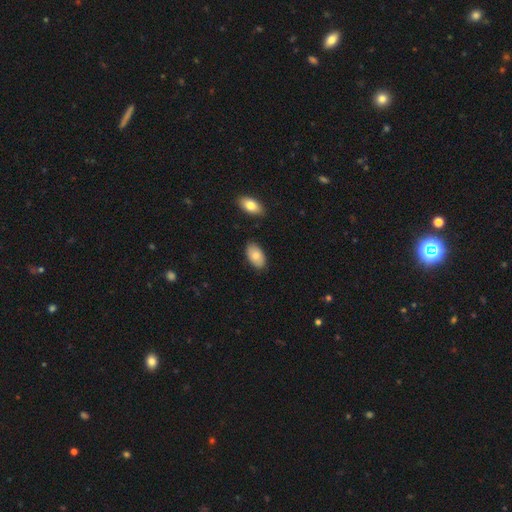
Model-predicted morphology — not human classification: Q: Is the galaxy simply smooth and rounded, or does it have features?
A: smooth — 80%.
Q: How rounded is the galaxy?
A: in between — 94%.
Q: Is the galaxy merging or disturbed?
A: none — 83%.